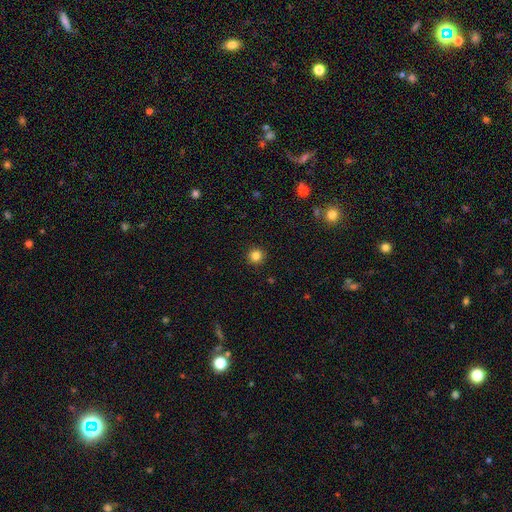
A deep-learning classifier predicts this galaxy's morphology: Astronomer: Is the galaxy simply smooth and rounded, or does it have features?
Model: smooth — 84%.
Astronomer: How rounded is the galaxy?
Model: round — 95%.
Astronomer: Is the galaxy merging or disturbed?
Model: none — 93%.